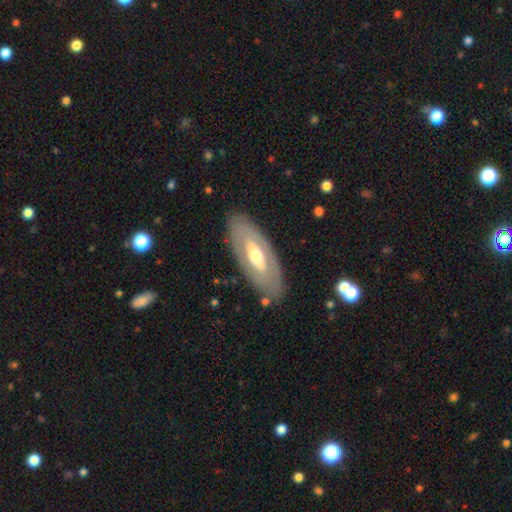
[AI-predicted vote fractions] A featured or disk galaxy (62%) with no bar (69%), no spiral arms (81%) and a moderate central bulge (66%).

Vote fractions:
- Smooth or featured? featured or disk: 62% / smooth: 33% / star or artifact: 5%
- Edge-on disk? no: 81% / yes: 19%
- Bar? no: 69% / weak: 20% / strong: 11%
- Spiral arms? no: 81% / yes: 19%
- Bulge size? moderate: 66% / small: 22% / large: 10% / dominant: 1% / none: 1%
- Merging? none: 84% / minor disturbance: 11% / major disturbance: 4% / merger: 1%